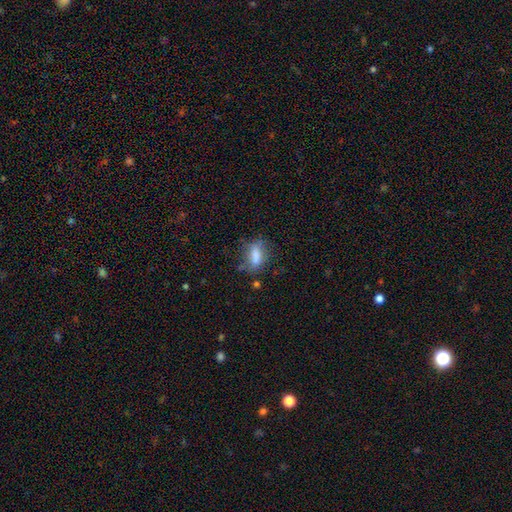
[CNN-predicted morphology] Smooth or featured? Predicted: smooth (p=0.74). How rounded? Predicted: in between (p=0.74). Merging? Predicted: none (p=0.59).